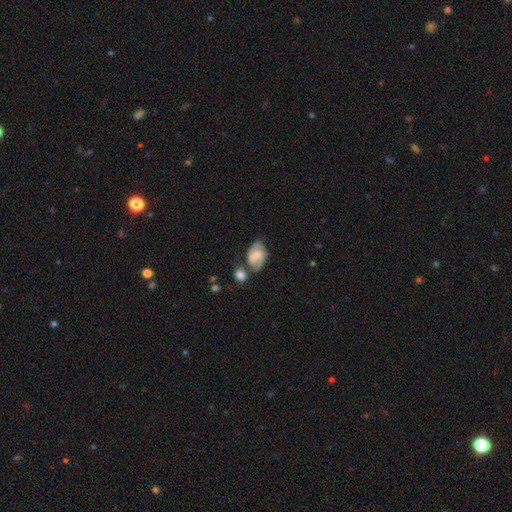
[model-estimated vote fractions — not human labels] A featured or disk galaxy (57%) with a weak bar (49%), spiral arms (83%) and a small central bulge (36%). Merging: none (52%).